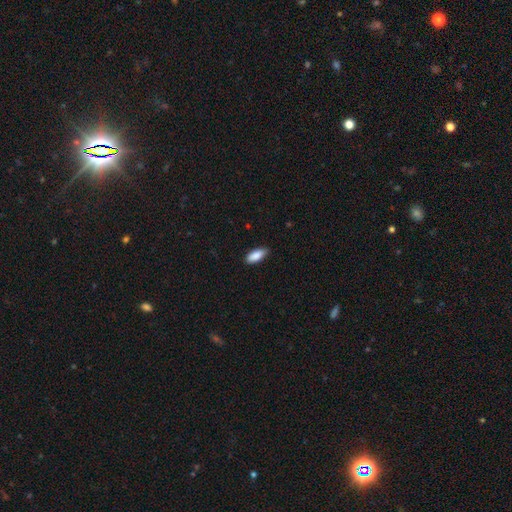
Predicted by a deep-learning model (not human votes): Smooth or featured?
  - smooth: 88% *
  - star or artifact: 6%
  - featured or disk: 6%
How rounded?
  - in between: 79% *
  - cigar-shaped: 19%
  - round: 2%
Merging?
  - none: 84% *
  - minor disturbance: 13%
  - major disturbance: 2%
  - merger: 1%